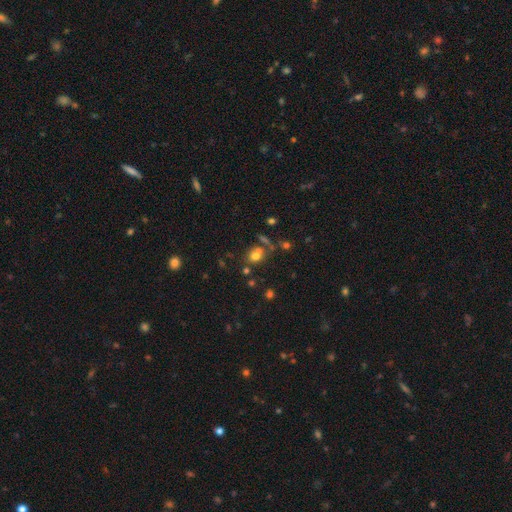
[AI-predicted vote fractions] This is likely a smooth galaxy (67%). How rounded: likely round (61%). Merging: possibly none (52%).